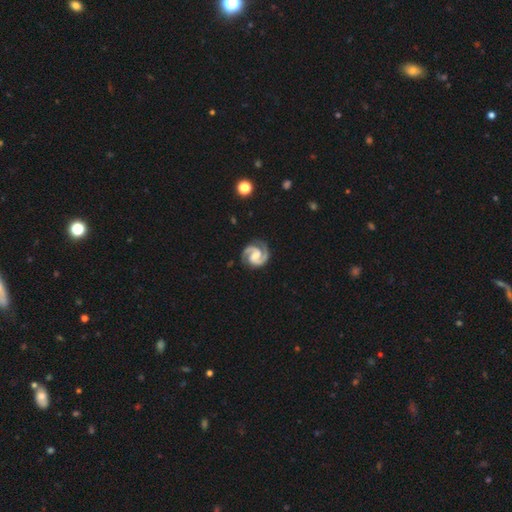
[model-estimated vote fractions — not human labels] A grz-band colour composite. It shows a featured or disk galaxy (93%) with a weak bar (47%), 2 (93%) medium (50%) spiral arms (99%) and a moderate central bulge (37%). Merging: none (82%).